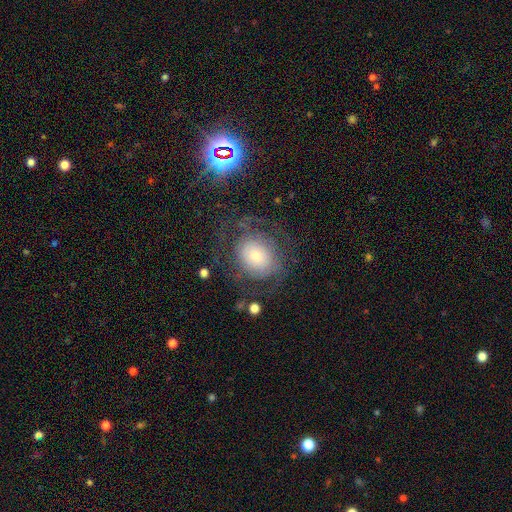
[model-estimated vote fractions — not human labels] Smooth or featured? featured or disk (45%)
Merging? none (61%)